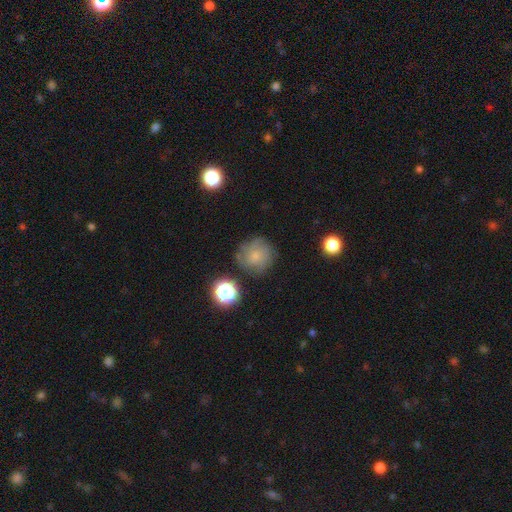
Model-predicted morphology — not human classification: This is possibly a smooth galaxy (58%). How rounded: clearly round (91%). Merging: likely none (70%).